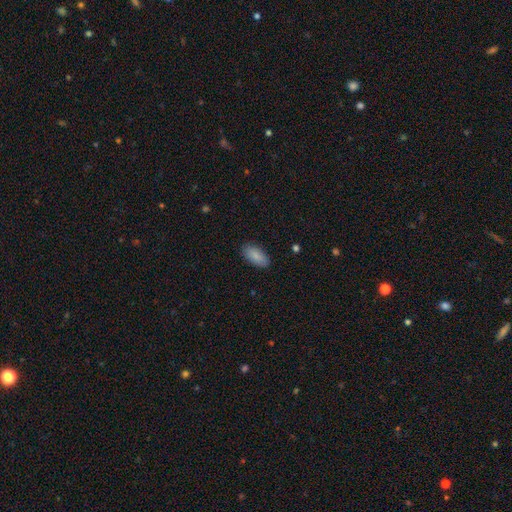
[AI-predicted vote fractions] This is clearly a smooth galaxy (87%). How rounded: clearly in between (92%). Merging: clearly none (87%).